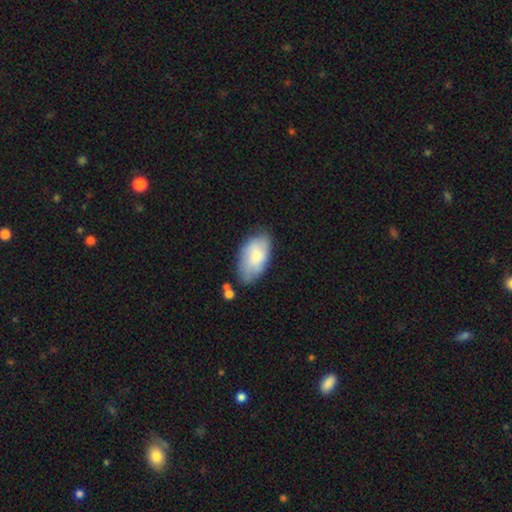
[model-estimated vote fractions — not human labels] This appears to be a smooth galaxy with no disk features (74%) that is in between round and cigar-shaped (95%). Merging: none (65%).